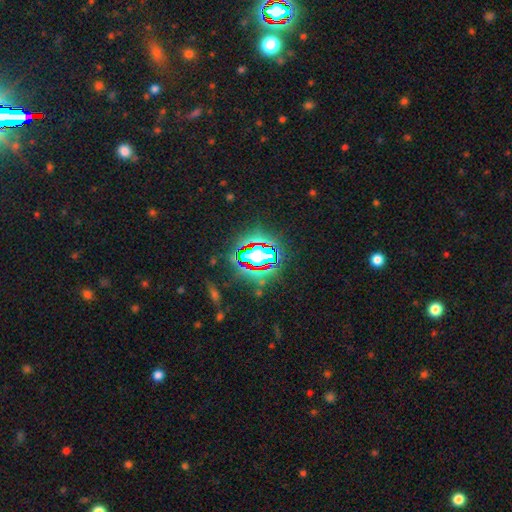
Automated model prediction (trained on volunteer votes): smooth-or-featured: star or artifact: 69% | smooth: 19% | featured or disk: 12%